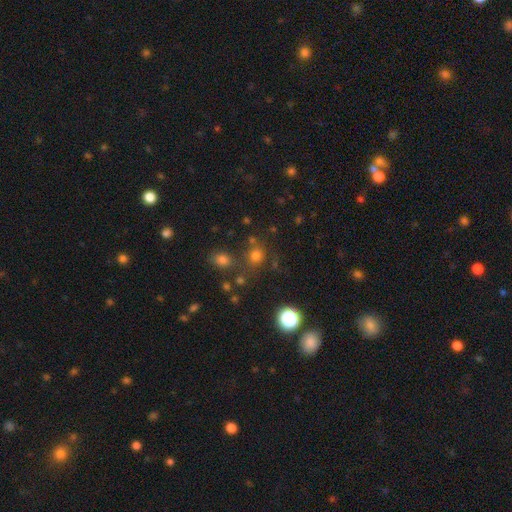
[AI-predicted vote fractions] A smooth galaxy with no disk features (70%) that is round (78%). Merging: none (72%).